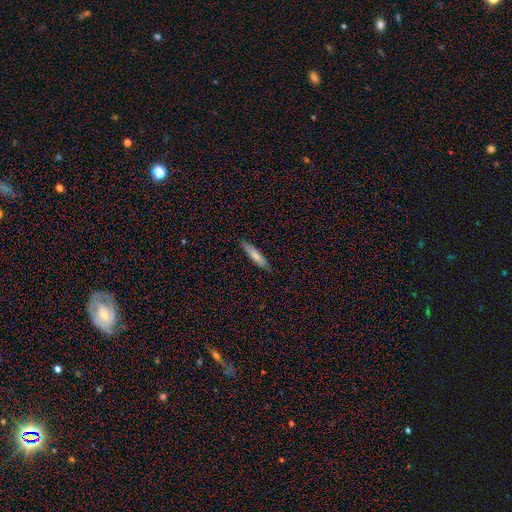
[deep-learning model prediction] A smooth galaxy with no disk features (70%) that is cigar-shaped (78%).

Vote fractions:
- Smooth or featured? smooth: 70% / featured or disk: 24% / star or artifact: 6%
- How rounded? cigar-shaped: 78% / in between: 20% / round: 2%
- Merging? none: 84% / minor disturbance: 13% / major disturbance: 2% / merger: 1%